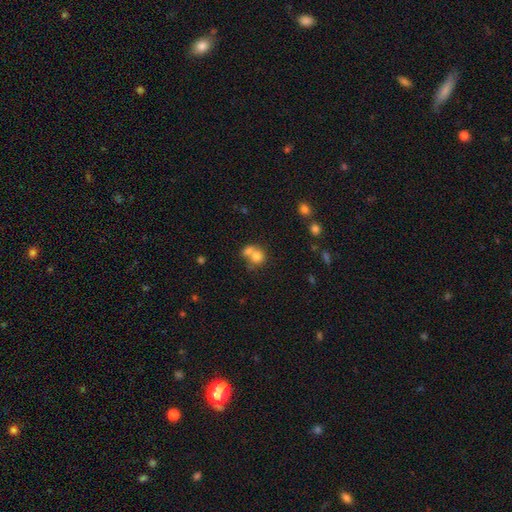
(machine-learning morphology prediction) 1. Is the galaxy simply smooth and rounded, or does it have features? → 74% smooth, 15% featured or disk, 11% star or artifact.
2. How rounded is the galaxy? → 76% round, 23% in between, 1% cigar-shaped.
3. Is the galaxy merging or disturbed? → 58% merger, 30% none, 7% minor disturbance, 5% major disturbance.